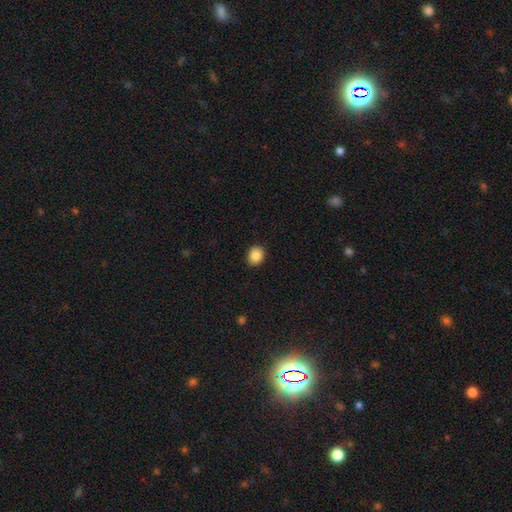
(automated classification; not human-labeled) Smooth or featured?
  - smooth: 87% *
  - star or artifact: 9%
  - featured or disk: 4%
How rounded?
  - round: 63% *
  - in between: 36%
  - cigar-shaped: 1%
Merging?
  - none: 90% *
  - minor disturbance: 7%
  - major disturbance: 2%
  - merger: 1%